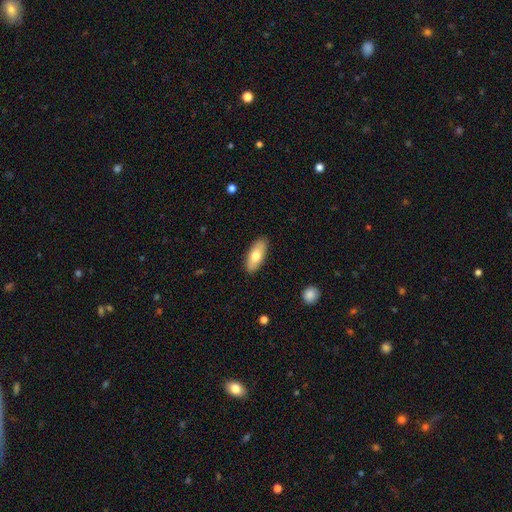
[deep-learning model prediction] This appears to be a smooth galaxy with no disk features (73%) that is in between round and cigar-shaped (82%). Merging: none (89%).